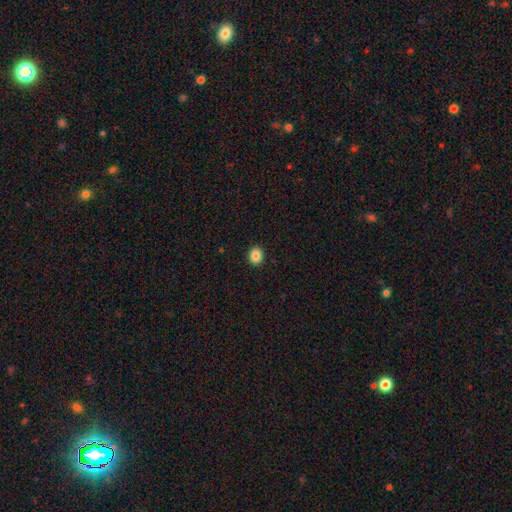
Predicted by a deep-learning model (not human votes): smooth 86%, star or artifact 10%, featured or disk 4%. Down the decision tree: how rounded — round (71%); merging — none (92%).